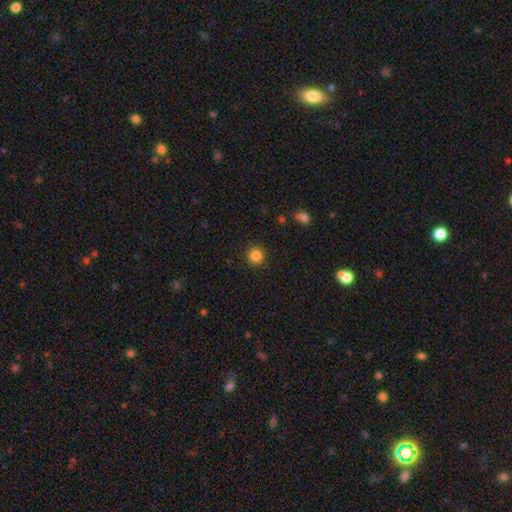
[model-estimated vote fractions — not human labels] Morphology: type=smooth (85%); roundness=round (93%); merging=none (90%).